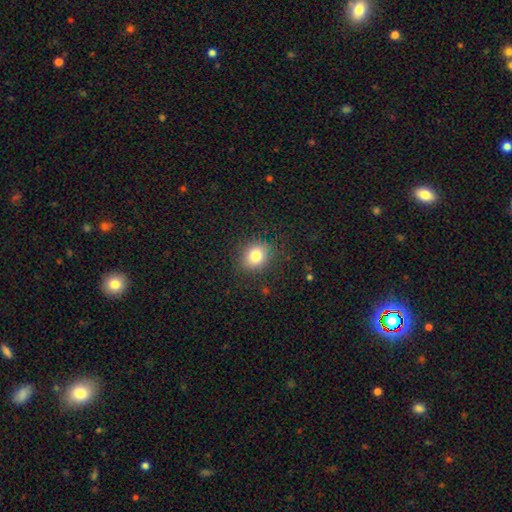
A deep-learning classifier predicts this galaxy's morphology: smooth-or-featured: smooth: 80% | star or artifact: 12% | featured or disk: 8%
  how-rounded: round: 68% | in between: 31% | cigar-shaped: 1%
  merging: none: 86% | minor disturbance: 10% | major disturbance: 4% | merger: 1%